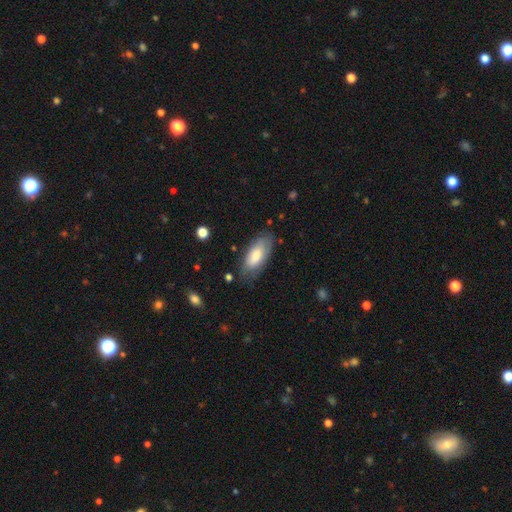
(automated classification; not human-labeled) This appears to be a smooth galaxy with no disk features (77%) that is in between round and cigar-shaped (87%). Merging: none (73%).